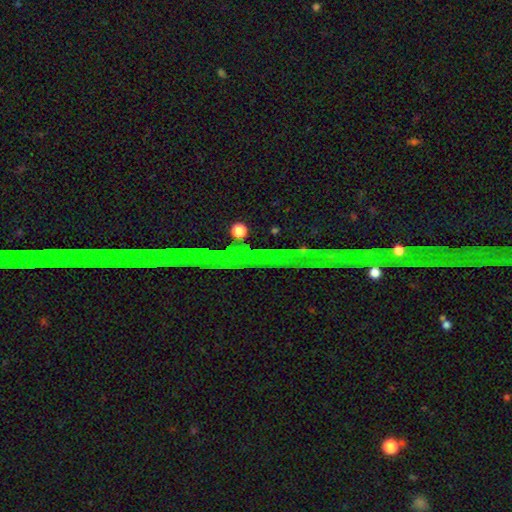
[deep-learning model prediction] star or artifact 86%, featured or disk 8%, smooth 6%.